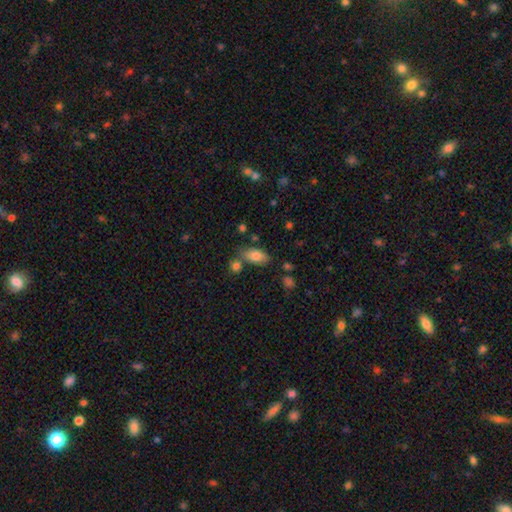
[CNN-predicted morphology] Smooth or featured? smooth (80%)
How rounded? in between (90%)
Merging? none (67%)